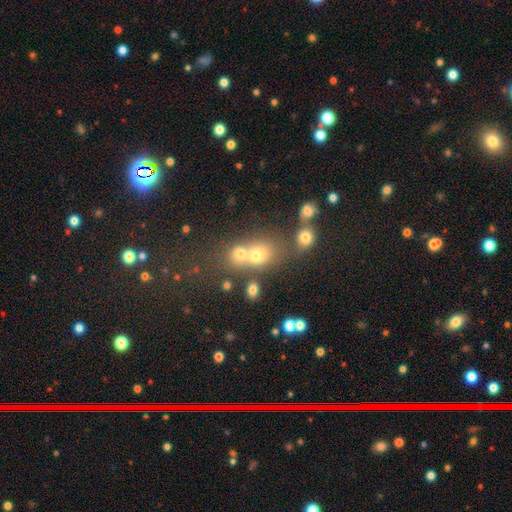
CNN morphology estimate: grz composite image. It shows a smooth galaxy with no disk features (68%) that is round (57%). Merging: merger (50%).